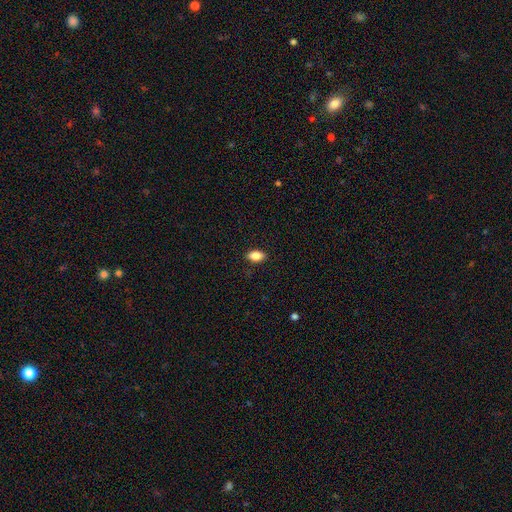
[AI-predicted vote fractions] A smooth galaxy with no disk features (85%) that is in between round and cigar-shaped (90%). Merging: none (88%).